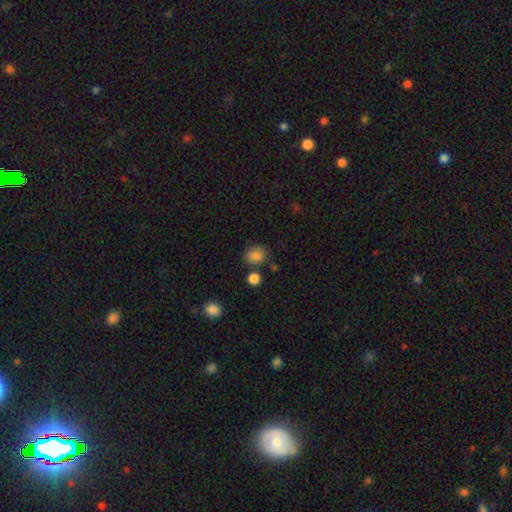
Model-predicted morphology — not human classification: type=smooth (85%); roundness=round (69%); merging=none (75%).